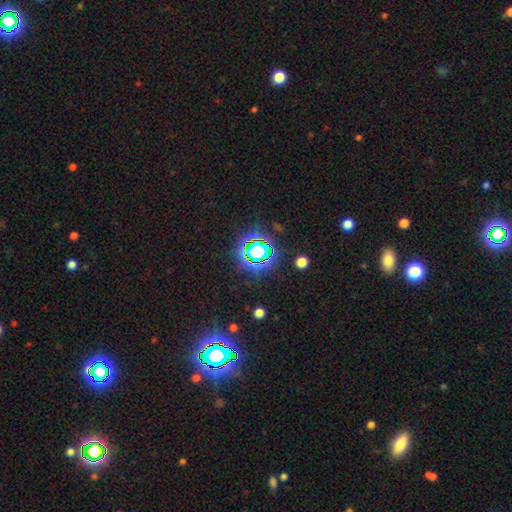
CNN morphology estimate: type=star or artifact (80%).